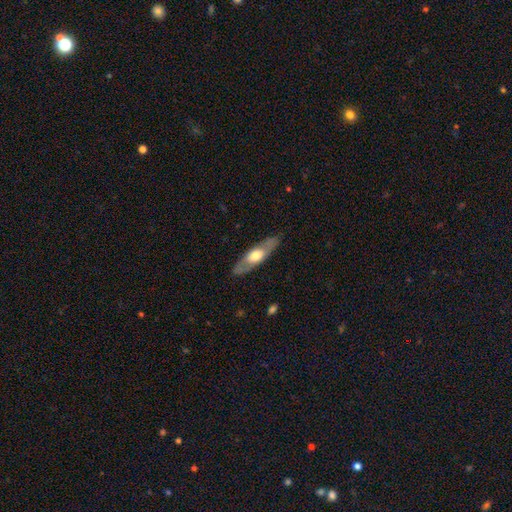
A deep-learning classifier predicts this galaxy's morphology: featured or disk 54%, smooth 42%, star or artifact 5%. Down the decision tree: edge-on disk — no (51%); merging — none (85%).